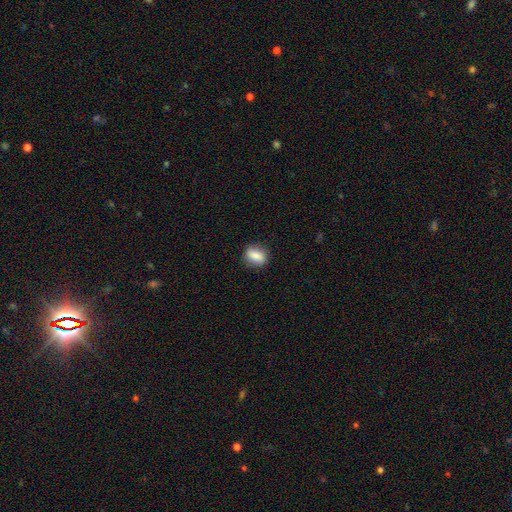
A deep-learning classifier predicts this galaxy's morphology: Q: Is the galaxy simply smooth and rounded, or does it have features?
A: smooth — 82%.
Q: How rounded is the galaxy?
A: in between — 61%.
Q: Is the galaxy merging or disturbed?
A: none — 84%.